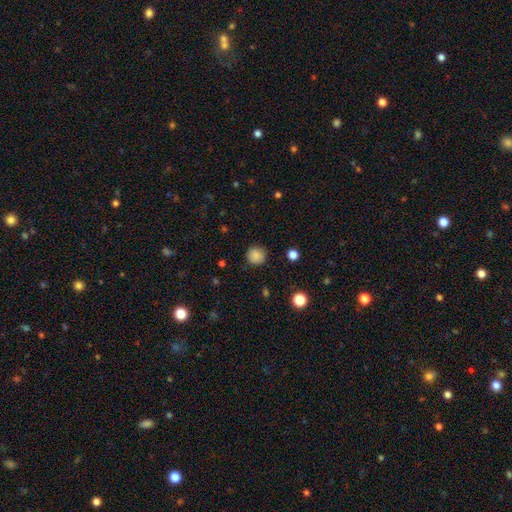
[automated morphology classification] The model was most divided on "smooth or featured": smooth: 86%, star or artifact: 10%, featured or disk: 4%. More confident: how rounded — round (93%); merging — none (88%).